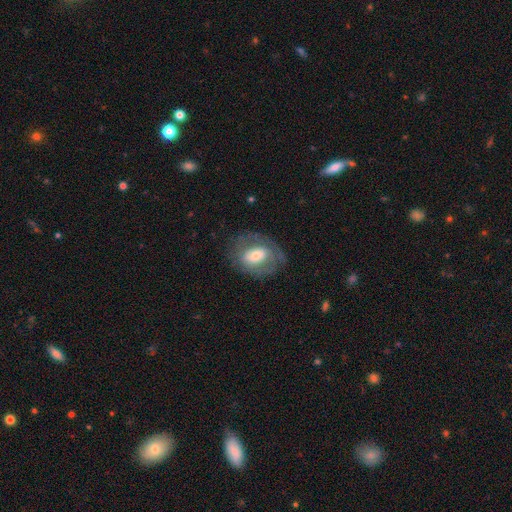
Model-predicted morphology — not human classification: Smooth or featured: smooth — 49% (featured or disk — 43%)
Merging: none — 67% (minor disturbance — 19%)